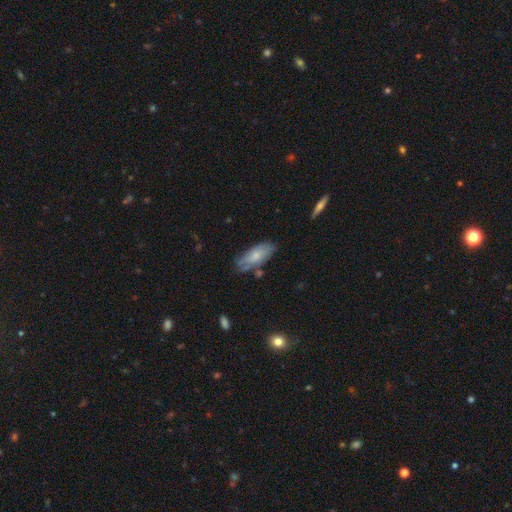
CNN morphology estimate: A smooth galaxy with no disk features (64%) that is in between round and cigar-shaped (81%). Merging: none (66%).